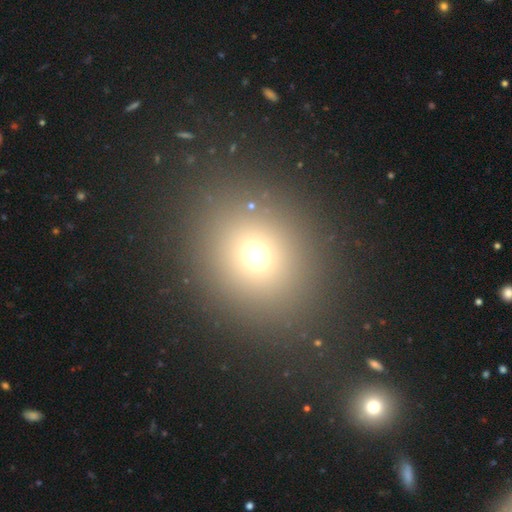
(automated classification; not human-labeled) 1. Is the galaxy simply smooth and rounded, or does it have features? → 68% smooth, 23% star or artifact, 9% featured or disk.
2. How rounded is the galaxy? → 72% round, 27% in between, 1% cigar-shaped.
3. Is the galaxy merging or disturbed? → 85% none, 7% minor disturbance, 4% merger, 4% major disturbance.